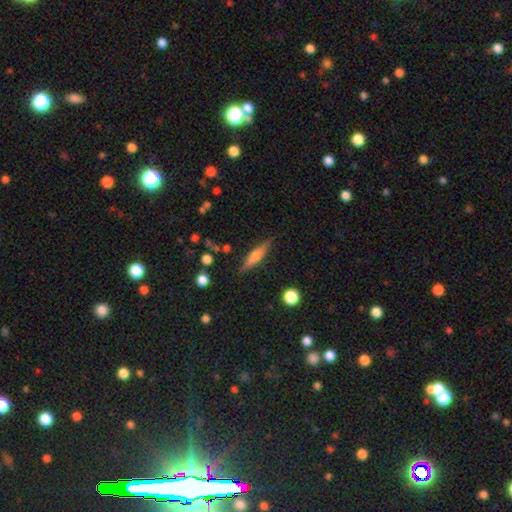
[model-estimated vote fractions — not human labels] smooth_or_featured: featured or disk (p=0.50) [alt: smooth p=0.43]
merging: none (p=0.84) [alt: minor disturbance p=0.11]